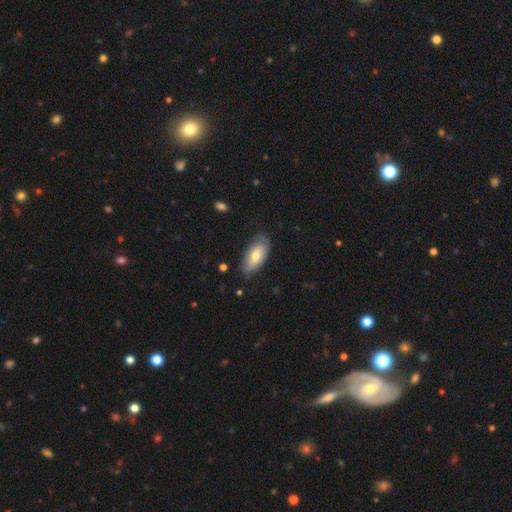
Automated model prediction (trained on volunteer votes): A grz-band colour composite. It shows a smooth galaxy with no disk features (63%) that is in between round and cigar-shaped (90%). Merging: none (69%).